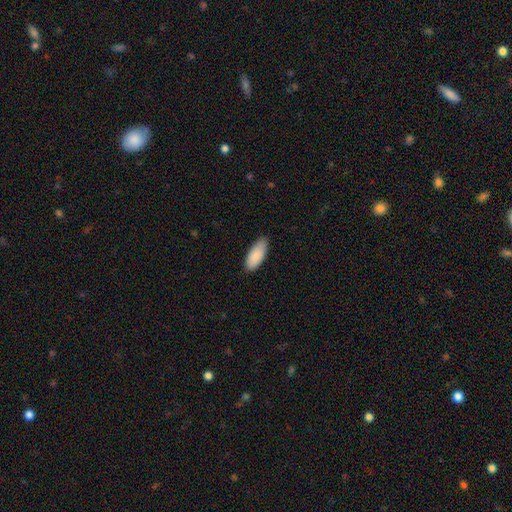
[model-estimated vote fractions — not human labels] Q: Smooth or featured?
A: smooth (89%); runner-up: featured or disk (6%)
Q: How rounded?
A: in between (84%); runner-up: cigar-shaped (14%)
Q: Merging?
A: none (82%); runner-up: minor disturbance (15%)